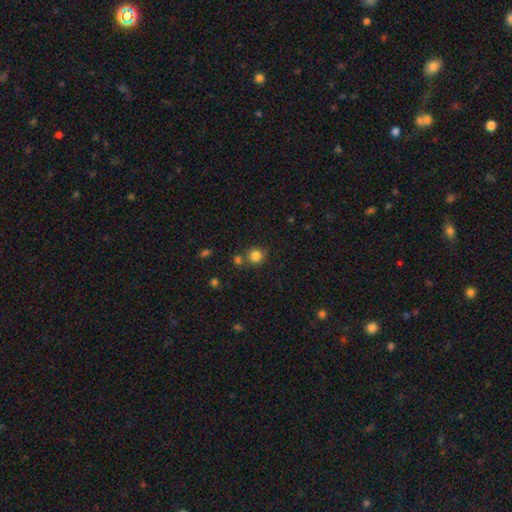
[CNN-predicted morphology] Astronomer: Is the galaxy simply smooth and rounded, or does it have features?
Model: smooth — 83%.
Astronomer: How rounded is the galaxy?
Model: round — 89%.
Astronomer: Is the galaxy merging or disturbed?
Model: none — 71%.